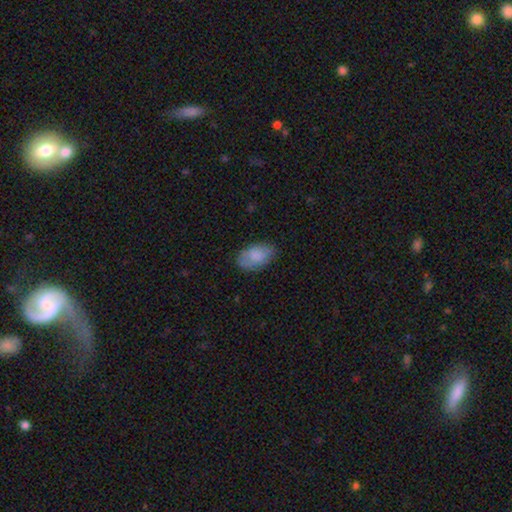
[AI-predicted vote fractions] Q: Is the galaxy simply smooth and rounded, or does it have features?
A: smooth — 81%.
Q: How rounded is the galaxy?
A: in between — 93%.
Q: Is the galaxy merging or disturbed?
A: none — 75%.